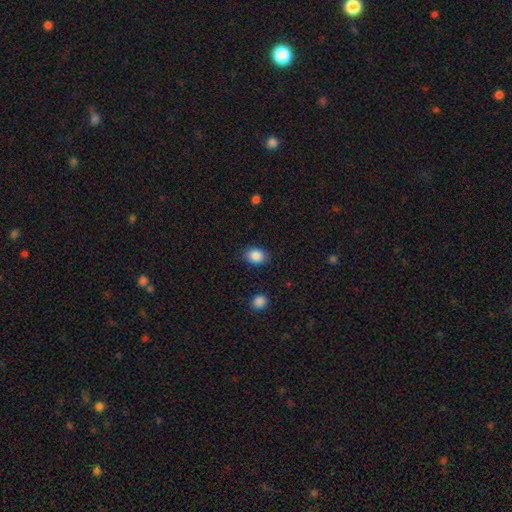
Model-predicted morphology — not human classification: smooth_or_featured: smooth (p=0.88) [alt: star or artifact p=0.08]
how_rounded: in between (p=0.65) [alt: round p=0.34]
merging: none (p=0.86) [alt: minor disturbance p=0.10]